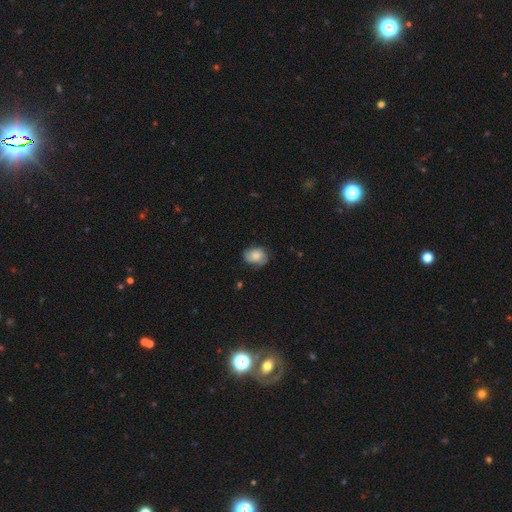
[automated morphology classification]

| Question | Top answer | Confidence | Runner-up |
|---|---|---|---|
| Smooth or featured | smooth | 61% | featured or disk (30%) |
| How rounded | in between | 62% | round (36%) |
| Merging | none | 64% | minor disturbance (26%) |